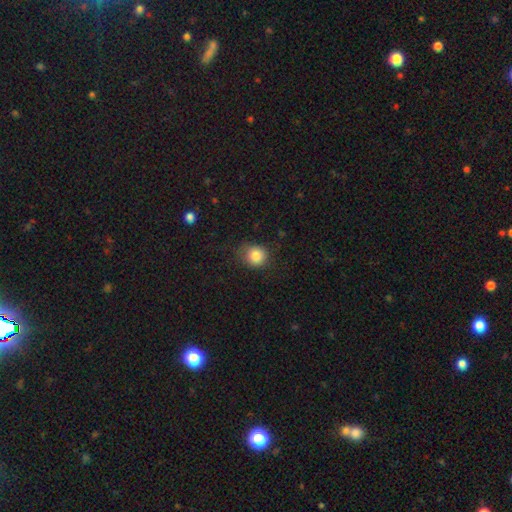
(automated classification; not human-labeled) This is clearly a smooth galaxy (83%). How rounded: clearly round (81%). Merging: likely none (71%).